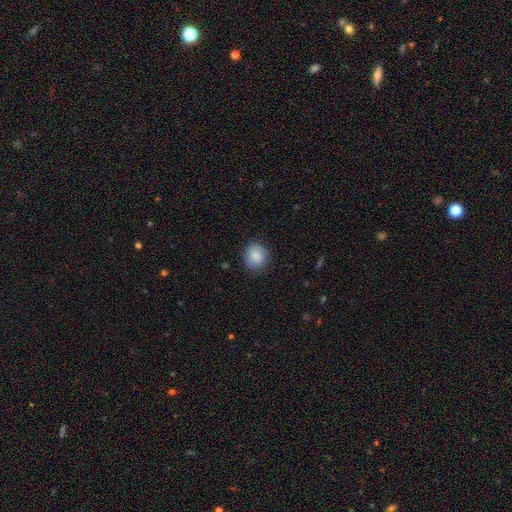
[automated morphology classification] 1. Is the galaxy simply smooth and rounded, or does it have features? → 86% smooth, 8% star or artifact, 6% featured or disk.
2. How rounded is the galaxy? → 72% round, 27% in between, 1% cigar-shaped.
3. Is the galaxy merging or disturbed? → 85% none, 11% minor disturbance, 3% major disturbance, 1% merger.